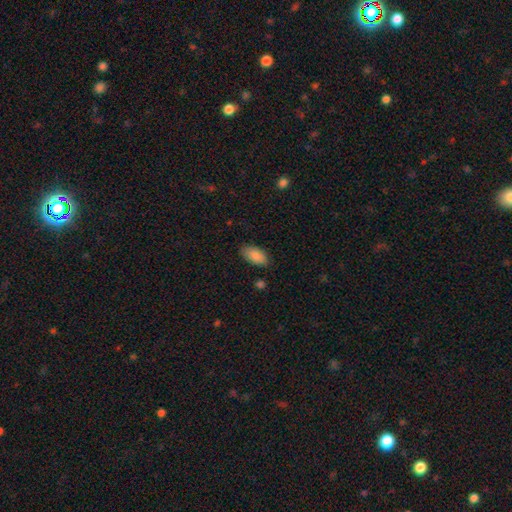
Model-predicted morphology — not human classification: This appears to be a smooth galaxy with no disk features (88%) that is in between round and cigar-shaped (93%). Merging: none (84%).